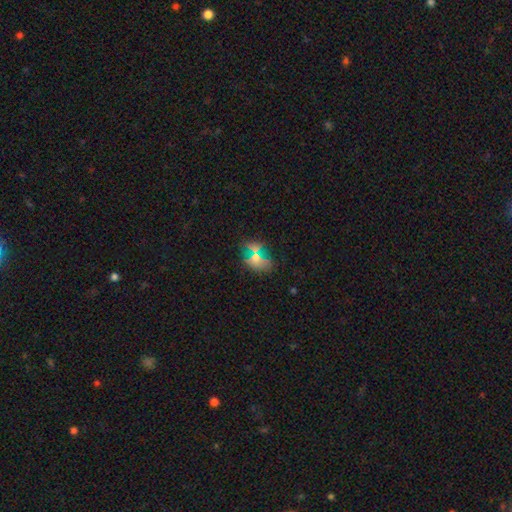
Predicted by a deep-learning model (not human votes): smooth 62%, star or artifact 26%, featured or disk 12%. Down the decision tree: how rounded — in between (62%); merging — none (73%).